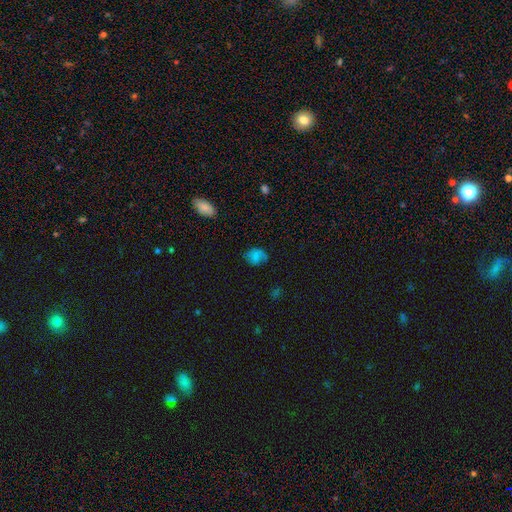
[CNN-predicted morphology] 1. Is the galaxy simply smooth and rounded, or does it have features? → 70% smooth, 17% featured or disk, 12% star or artifact.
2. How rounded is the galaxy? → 52% in between, 47% round, 1% cigar-shaped.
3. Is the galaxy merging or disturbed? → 59% none, 28% minor disturbance, 11% major disturbance, 2% merger.